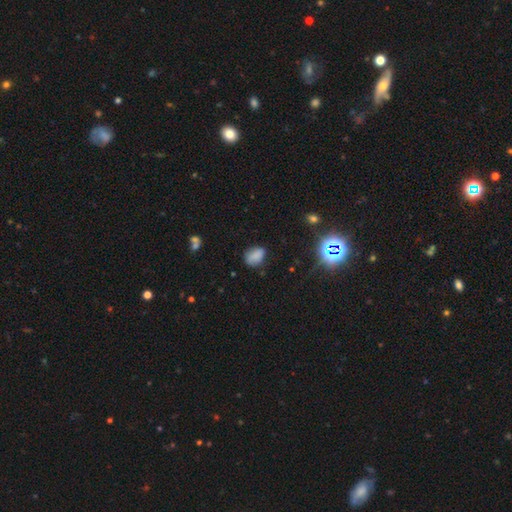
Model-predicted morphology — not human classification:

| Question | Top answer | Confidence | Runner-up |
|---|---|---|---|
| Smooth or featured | smooth | 78% | star or artifact (14%) |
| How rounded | in between | 80% | round (18%) |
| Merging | none | 69% | minor disturbance (23%) |